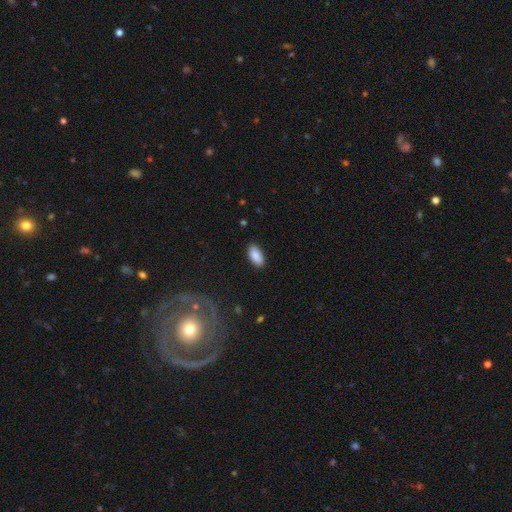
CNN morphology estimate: Smooth or featured? Predicted: smooth (p=0.88). How rounded? Predicted: in between (p=0.92). Merging? Predicted: none (p=0.85).